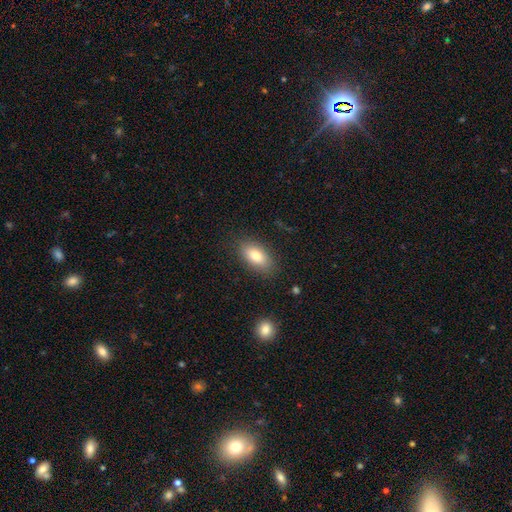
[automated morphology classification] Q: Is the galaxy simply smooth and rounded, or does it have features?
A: smooth — 80%.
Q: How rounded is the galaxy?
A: in between — 90%.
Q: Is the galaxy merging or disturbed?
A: none — 84%.